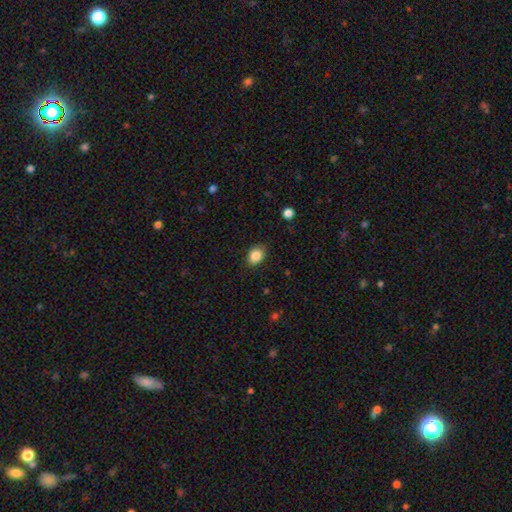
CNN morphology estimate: type=smooth (86%); roundness=in between (62%); merging=none (83%).